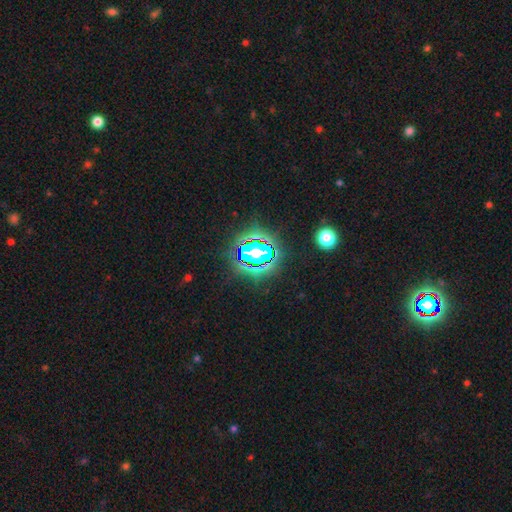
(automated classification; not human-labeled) smooth_or_featured: star or artifact (p=0.75) [alt: smooth p=0.14]